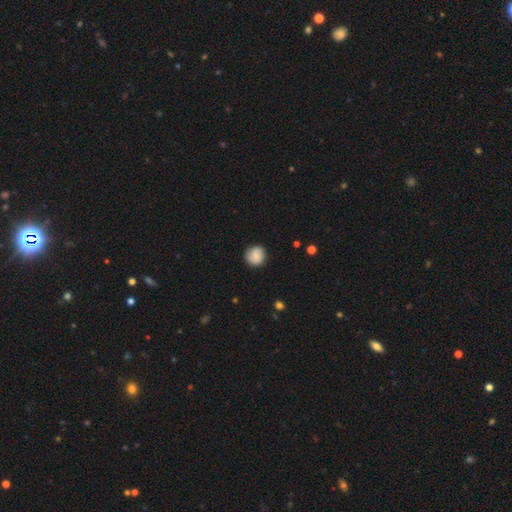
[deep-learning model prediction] Overall: smooth (80%). How rounded: round (91%). Merging: none (84%).